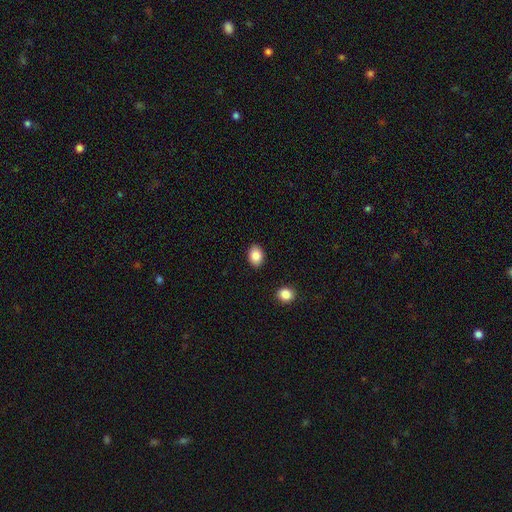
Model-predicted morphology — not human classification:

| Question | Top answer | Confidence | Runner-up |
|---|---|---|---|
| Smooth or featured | smooth | 86% | star or artifact (8%) |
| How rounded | in between | 74% | round (25%) |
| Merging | none | 89% | minor disturbance (7%) |